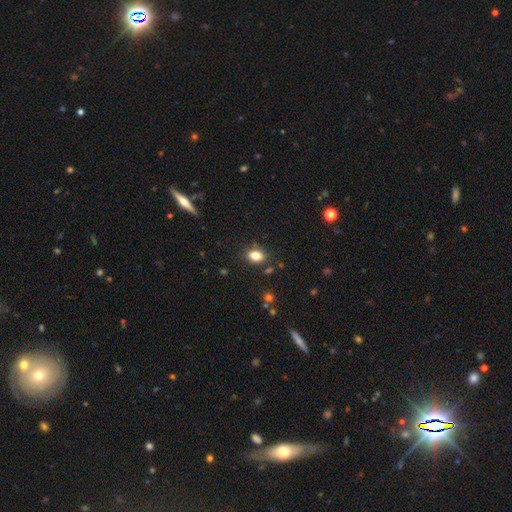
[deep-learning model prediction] Smooth or featured?
  - smooth: 82% *
  - star or artifact: 11%
  - featured or disk: 7%
How rounded?
  - in between: 78% *
  - round: 20%
  - cigar-shaped: 2%
Merging?
  - none: 84% *
  - minor disturbance: 11%
  - merger: 3%
  - major disturbance: 3%